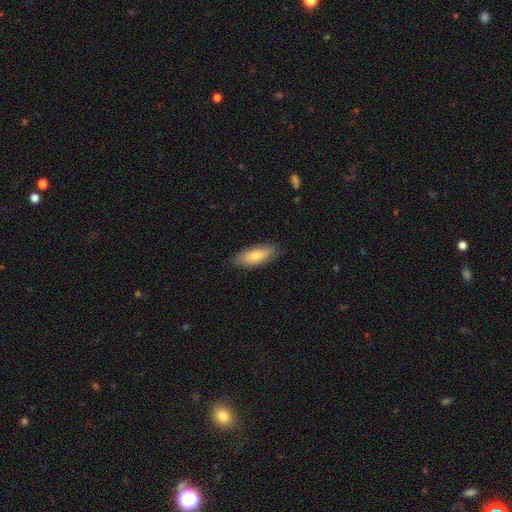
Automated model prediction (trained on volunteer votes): The model was most divided on "how rounded": in between: 77%, cigar-shaped: 21%, round: 2%. More confident: merging — none (83%); smooth or featured — smooth (78%).